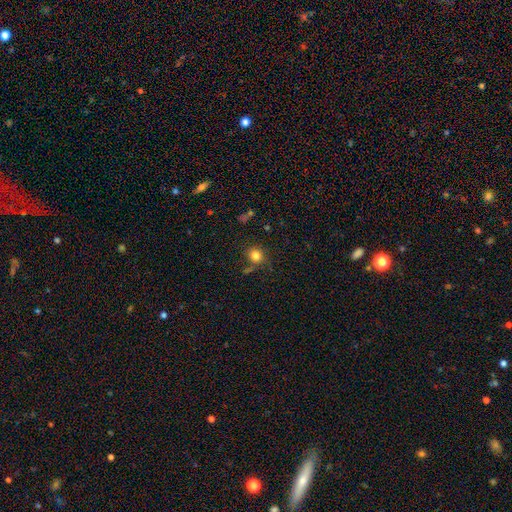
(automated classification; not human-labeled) Q: Smooth or featured?
A: smooth (80%); runner-up: star or artifact (13%)
Q: How rounded?
A: round (87%); runner-up: in between (12%)
Q: Merging?
A: none (74%); runner-up: minor disturbance (14%)